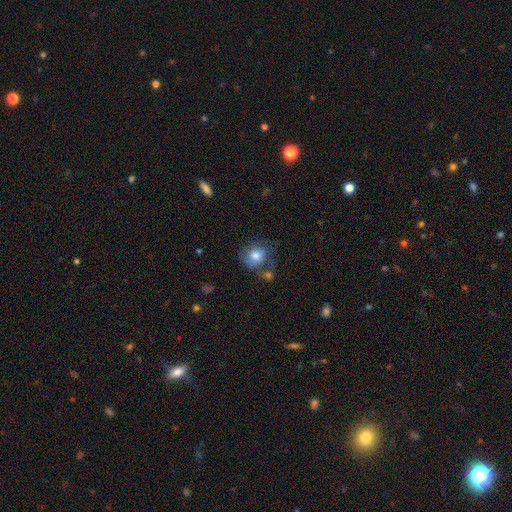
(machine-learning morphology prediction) smooth 71%, featured or disk 21%, star or artifact 8%. Down the decision tree: how rounded — round (76%); merging — none (55%).